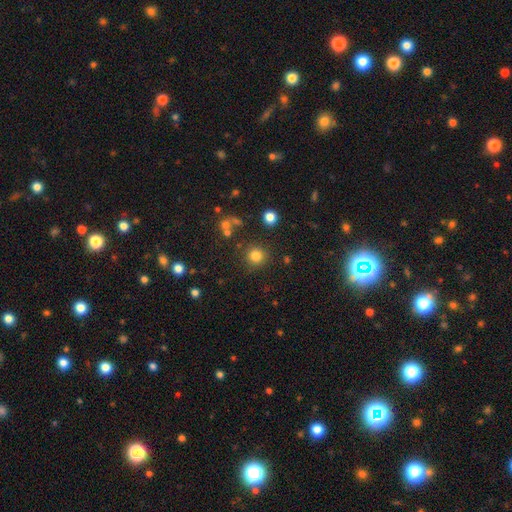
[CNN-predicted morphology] Q: Smooth or featured?
A: smooth (79%); runner-up: star or artifact (15%)
Q: How rounded?
A: round (93%); runner-up: in between (6%)
Q: Merging?
A: none (85%); runner-up: minor disturbance (7%)